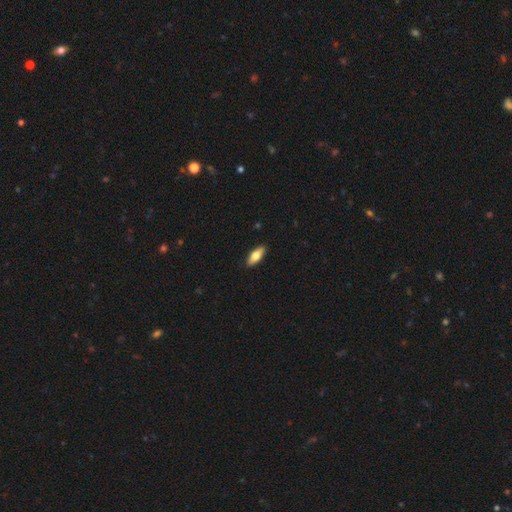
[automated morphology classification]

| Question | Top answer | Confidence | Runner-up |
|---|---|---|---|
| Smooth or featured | smooth | 69% | featured or disk (25%) |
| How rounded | in between | 72% | cigar-shaped (26%) |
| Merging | none | 89% | minor disturbance (8%) |